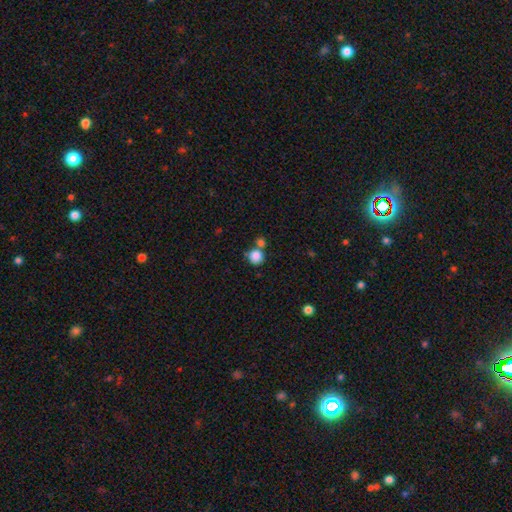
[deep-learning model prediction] smooth_or_featured: smooth (p=0.86) [alt: star or artifact p=0.09]
how_rounded: round (p=0.89) [alt: in between p=0.10]
merging: none (p=0.56) [alt: merger p=0.31]